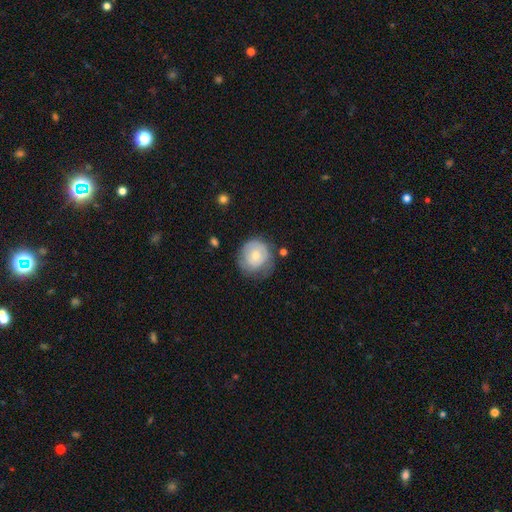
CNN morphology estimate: Smooth or featured?
  - smooth: 59% *
  - featured or disk: 34%
  - star or artifact: 7%
How rounded?
  - round: 85% *
  - in between: 14%
  - cigar-shaped: 1%
Merging?
  - none: 53% *
  - minor disturbance: 30%
  - major disturbance: 14%
  - merger: 3%